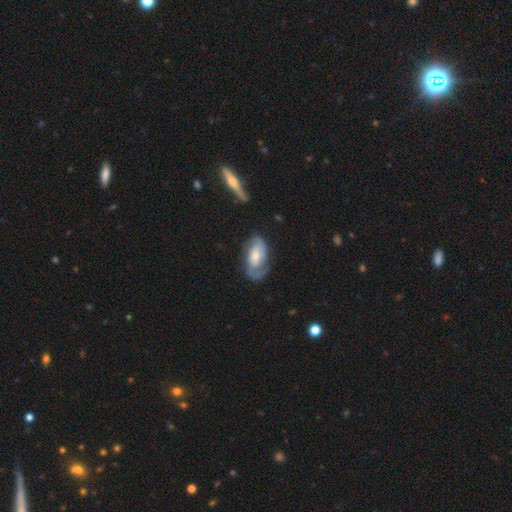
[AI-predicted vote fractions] Smooth or featured: featured or disk — 62% (smooth — 31%)
Edge-on disk: no — 92% (yes — 8%)
Bar: no — 58% (weak — 33%)
Spiral arms: yes — 83% (no — 17%)
Bulge size: moderate — 49% (small — 27%)
Merging: none — 52% (minor disturbance — 27%)